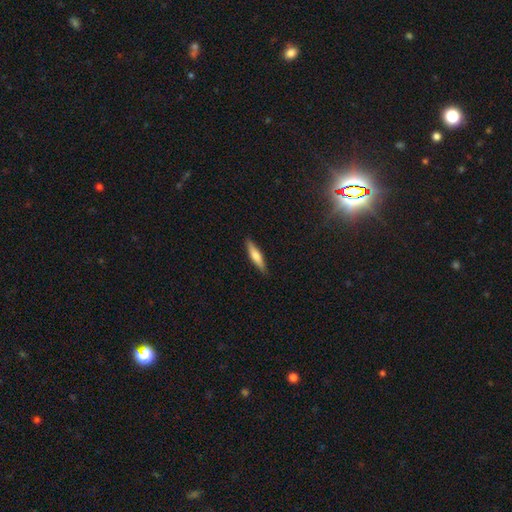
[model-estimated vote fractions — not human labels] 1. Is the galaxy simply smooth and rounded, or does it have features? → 59% smooth, 35% featured or disk, 6% star or artifact.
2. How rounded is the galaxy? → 81% cigar-shaped, 18% in between, 2% round.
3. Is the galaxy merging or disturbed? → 89% none, 9% minor disturbance, 2% major disturbance, 1% merger.